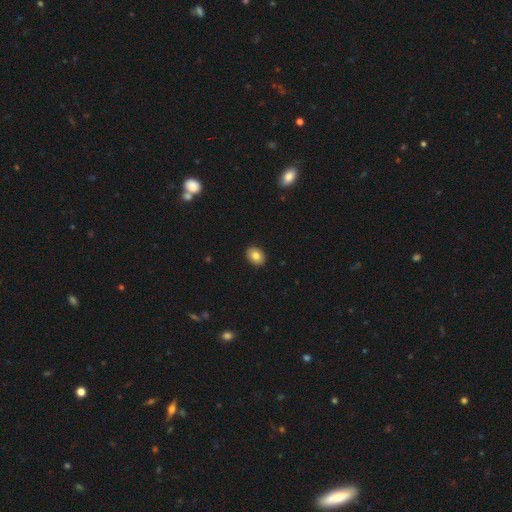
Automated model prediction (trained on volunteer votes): This appears to be a smooth galaxy with no disk features (81%) that is in between round and cigar-shaped (64%). Merging: none (91%).